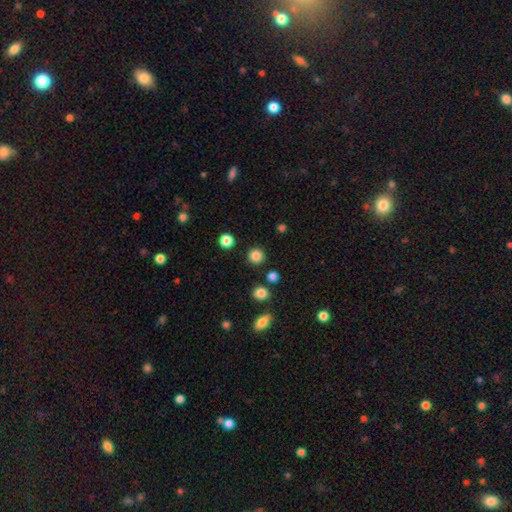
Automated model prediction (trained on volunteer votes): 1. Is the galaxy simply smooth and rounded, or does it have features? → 85% smooth, 12% star or artifact, 4% featured or disk.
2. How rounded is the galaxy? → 94% round, 5% in between, 1% cigar-shaped.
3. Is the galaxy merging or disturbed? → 90% none, 5% minor disturbance, 2% merger, 2% major disturbance.